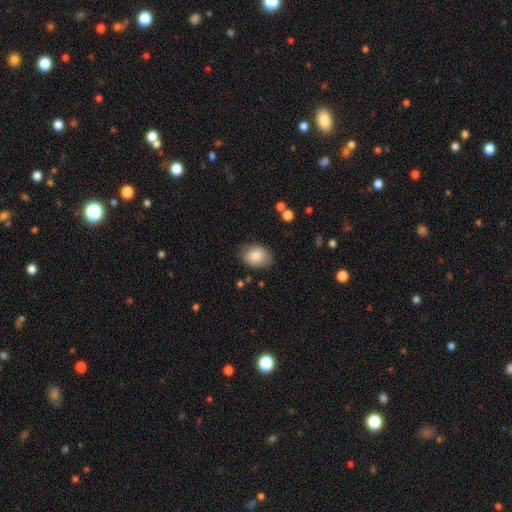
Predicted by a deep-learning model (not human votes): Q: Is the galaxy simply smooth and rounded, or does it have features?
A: smooth — 82%.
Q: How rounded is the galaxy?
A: in between — 70%.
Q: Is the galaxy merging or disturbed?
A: none — 79%.